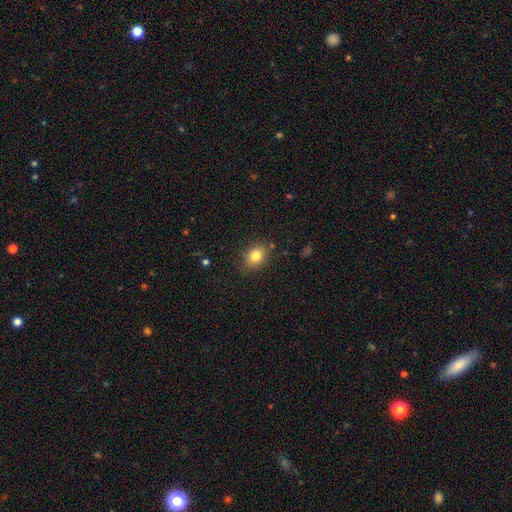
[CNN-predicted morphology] Q: Smooth or featured?
A: smooth (82%); runner-up: star or artifact (11%)
Q: How rounded?
A: in between (52%); runner-up: round (46%)
Q: Merging?
A: none (82%); runner-up: minor disturbance (13%)